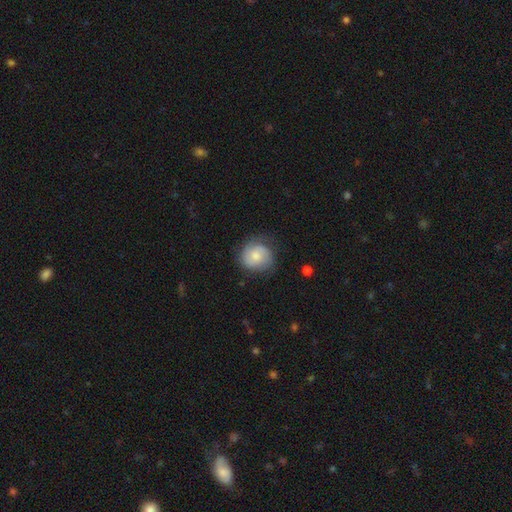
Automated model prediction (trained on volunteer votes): A smooth galaxy with no disk features (55%) that is round (80%).

Vote fractions:
- Smooth or featured? smooth: 55% / featured or disk: 38% / star or artifact: 7%
- How rounded? round: 80% / in between: 19% / cigar-shaped: 1%
- Merging? none: 65% / minor disturbance: 24% / major disturbance: 9% / merger: 1%